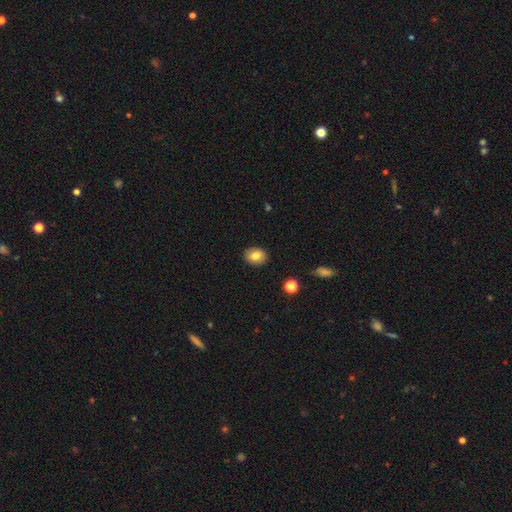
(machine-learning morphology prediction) smooth_or_featured: smooth (p=0.80) [alt: featured or disk p=0.11]
how_rounded: in between (p=0.57) [alt: round p=0.42]
merging: none (p=0.89) [alt: minor disturbance p=0.08]